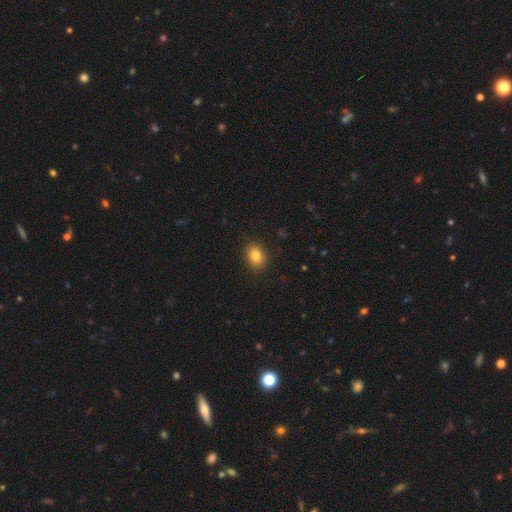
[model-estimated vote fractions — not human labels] A smooth galaxy with no disk features (84%) that is in between round and cigar-shaped (55%). Merging: none (88%).